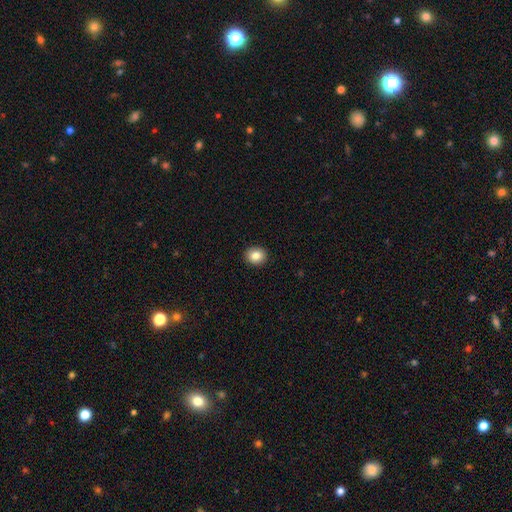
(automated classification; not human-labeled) A smooth galaxy with no disk features (84%) that is round (75%). Merging: none (93%).